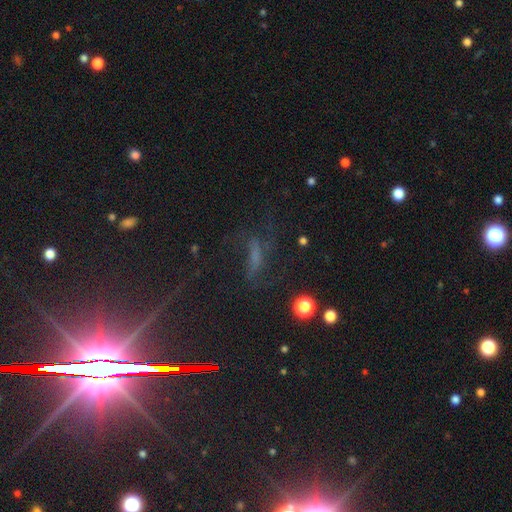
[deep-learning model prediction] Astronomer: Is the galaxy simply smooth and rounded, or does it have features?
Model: star or artifact — 36% (runner-up: featured or disk, 33%).